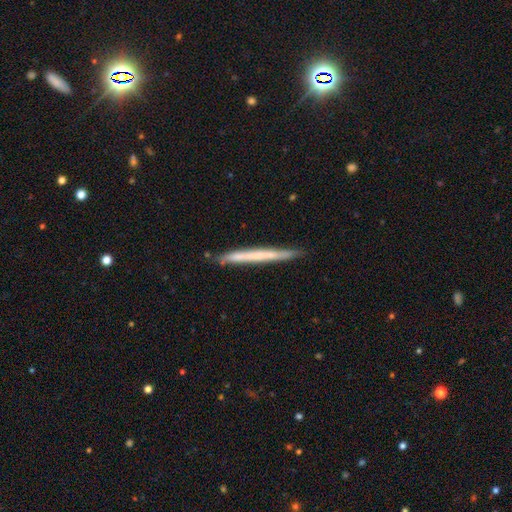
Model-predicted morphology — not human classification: The model was most divided on "smooth or featured": smooth: 49%, featured or disk: 45%, star or artifact: 6%. More confident: merging — none (86%).